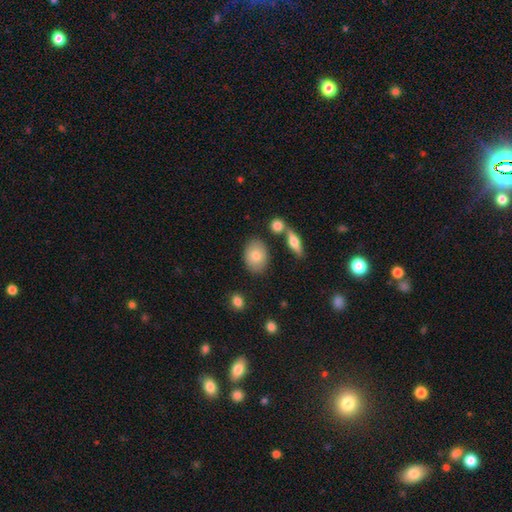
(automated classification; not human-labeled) Smooth or featured? Predicted: smooth (p=0.77). How rounded? Predicted: in between (p=0.75). Merging? Predicted: none (p=0.79).